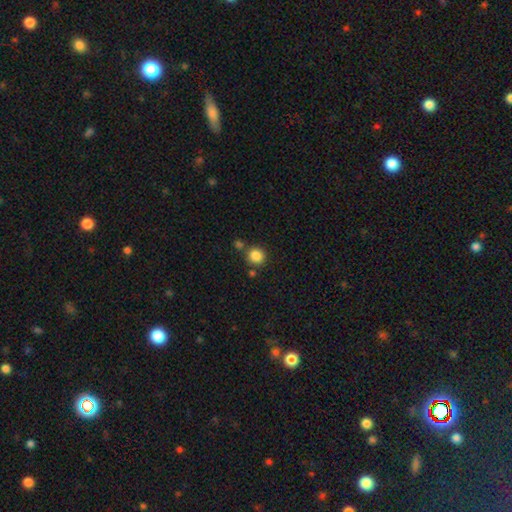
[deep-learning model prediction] Smooth or featured?
  - smooth: 86% *
  - star or artifact: 10%
  - featured or disk: 4%
How rounded?
  - round: 89% *
  - in between: 10%
  - cigar-shaped: 1%
Merging?
  - none: 75% *
  - merger: 13%
  - minor disturbance: 9%
  - major disturbance: 3%